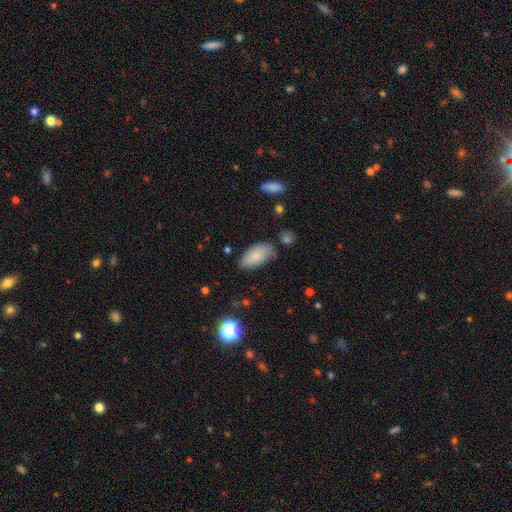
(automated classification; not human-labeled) Smooth or featured? Predicted: smooth (p=0.81). How rounded? Predicted: in between (p=0.94). Merging? Predicted: none (p=0.69).